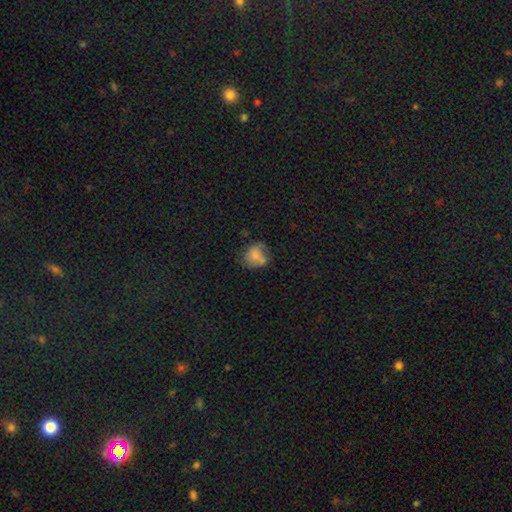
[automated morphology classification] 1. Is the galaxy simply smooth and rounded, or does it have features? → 64% smooth, 25% featured or disk, 11% star or artifact.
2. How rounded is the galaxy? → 58% round, 41% in between, 1% cigar-shaped.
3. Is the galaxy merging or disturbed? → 43% none, 28% minor disturbance, 19% major disturbance, 10% merger.